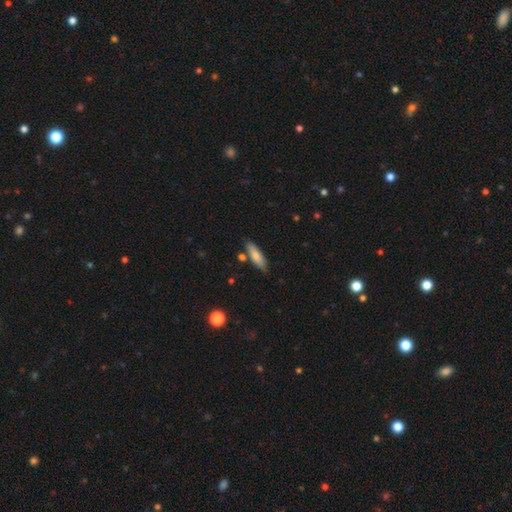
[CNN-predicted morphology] A smooth galaxy with no disk features (77%) that is cigar-shaped (54%).

Vote fractions:
- Smooth or featured? smooth: 77% / featured or disk: 17% / star or artifact: 6%
- How rounded? cigar-shaped: 54% / in between: 44% / round: 2%
- Merging? none: 79% / minor disturbance: 13% / merger: 5% / major disturbance: 2%